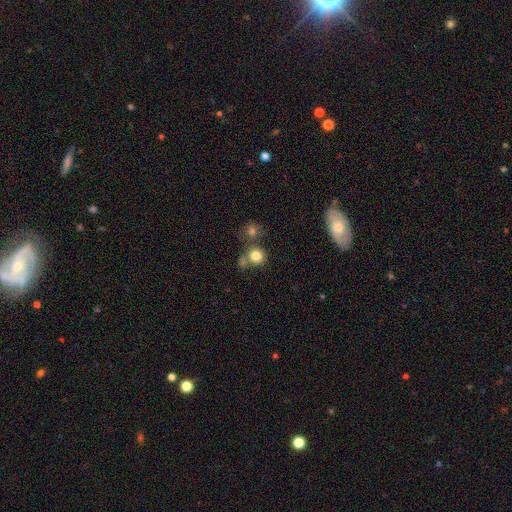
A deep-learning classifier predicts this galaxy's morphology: type=smooth (80%); roundness=round (85%); merging=none (58%).